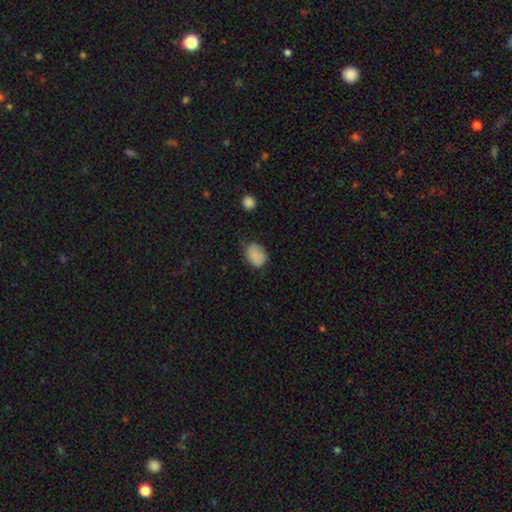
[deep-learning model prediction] Smooth or featured? Predicted: smooth (p=0.86). How rounded? Predicted: in between (p=0.73). Merging? Predicted: none (p=0.65).